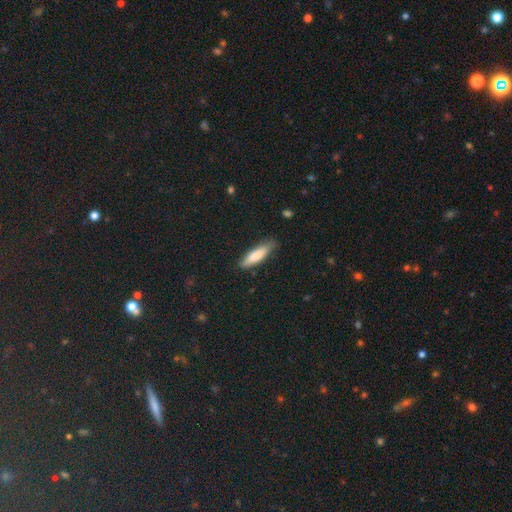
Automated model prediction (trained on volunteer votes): Smooth or featured? smooth (79%)
How rounded? cigar-shaped (62%)
Merging? none (78%)